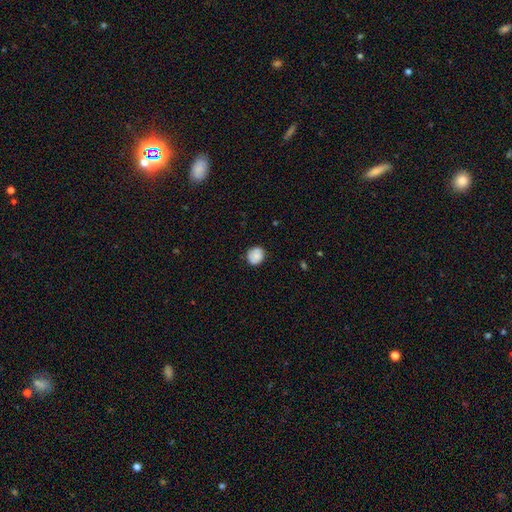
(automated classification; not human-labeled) smooth-or-featured: smooth: 79% | featured or disk: 13% | star or artifact: 8%
  how-rounded: round: 81% | in between: 18% | cigar-shaped: 1%
  merging: none: 78% | minor disturbance: 17% | major disturbance: 4% | merger: 2%